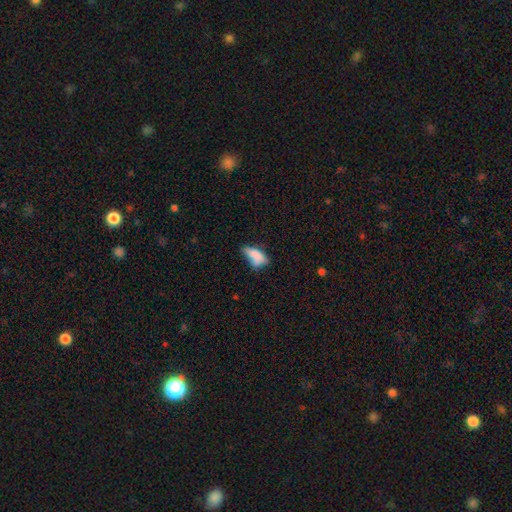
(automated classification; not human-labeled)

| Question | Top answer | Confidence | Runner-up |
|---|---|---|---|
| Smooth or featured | smooth | 76% | featured or disk (14%) |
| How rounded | in between | 84% | cigar-shaped (13%) |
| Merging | minor disturbance | 35% | none (33%) |